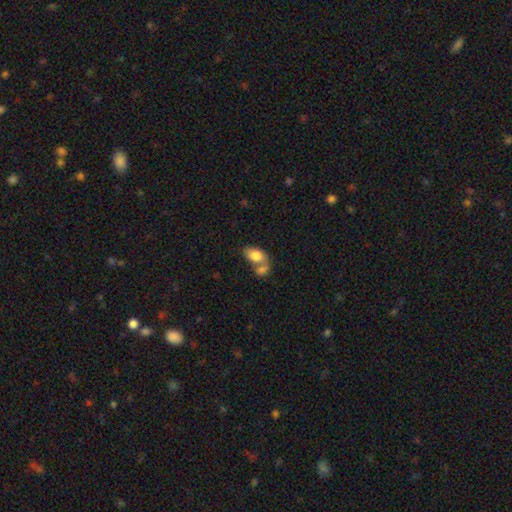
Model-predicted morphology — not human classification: Smooth or featured?
  - smooth: 79% *
  - featured or disk: 14%
  - star or artifact: 7%
How rounded?
  - in between: 87% *
  - round: 11%
  - cigar-shaped: 2%
Merging?
  - merger: 57% *
  - none: 27%
  - minor disturbance: 10%
  - major disturbance: 5%